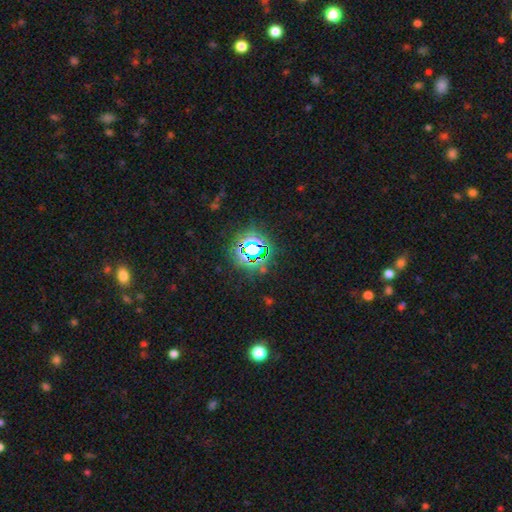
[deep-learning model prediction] A star or artifact, not a galaxy (78%).